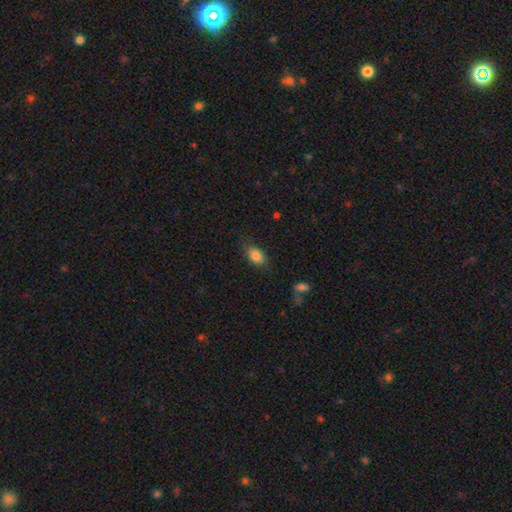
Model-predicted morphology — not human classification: The model was most divided on "merging": none: 75%, minor disturbance: 18%, major disturbance: 5%, merger: 2%. More confident: how rounded — in between (86%); smooth or featured — smooth (84%).